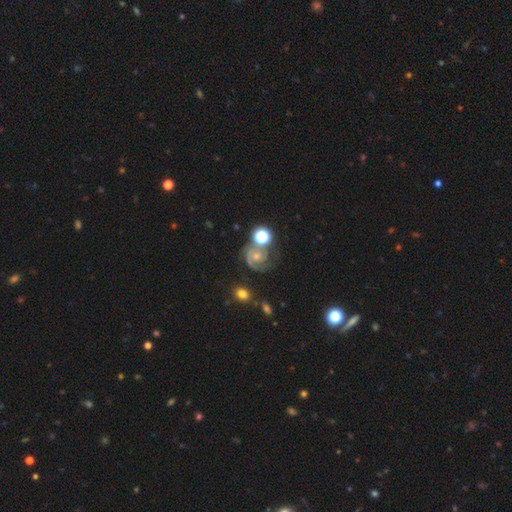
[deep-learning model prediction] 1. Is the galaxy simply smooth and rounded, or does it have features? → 79% featured or disk, 11% smooth, 10% star or artifact.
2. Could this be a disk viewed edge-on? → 98% no, 2% yes.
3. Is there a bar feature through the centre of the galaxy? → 72% no, 24% weak, 5% strong.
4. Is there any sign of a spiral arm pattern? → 95% yes, 5% no.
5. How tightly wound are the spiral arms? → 54% tight, 37% medium, 9% loose.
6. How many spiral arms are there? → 63% 2, 13% 1, 11% can't tell, 9% 3, 2% 4, 2% more than 4.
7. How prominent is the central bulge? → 47% small, 43% moderate, 5% none, 4% large, 1% dominant.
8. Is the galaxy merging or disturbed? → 53% none, 19% minor disturbance, 15% major disturbance, 13% merger.